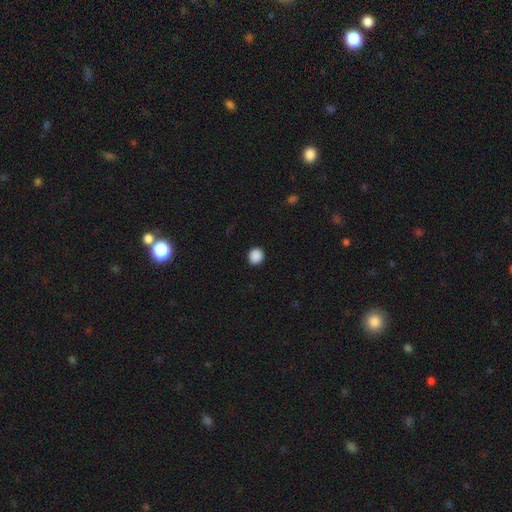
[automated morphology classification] The model was most divided on "how rounded": round: 88%, in between: 11%, cigar-shaped: 1%. More confident: merging — none (92%); smooth or featured — smooth (89%).